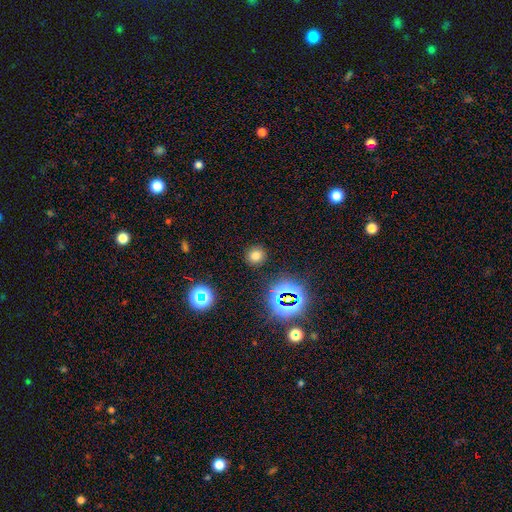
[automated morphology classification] This appears to be a smooth galaxy with no disk features (71%) that is round (86%). Merging: none (89%).